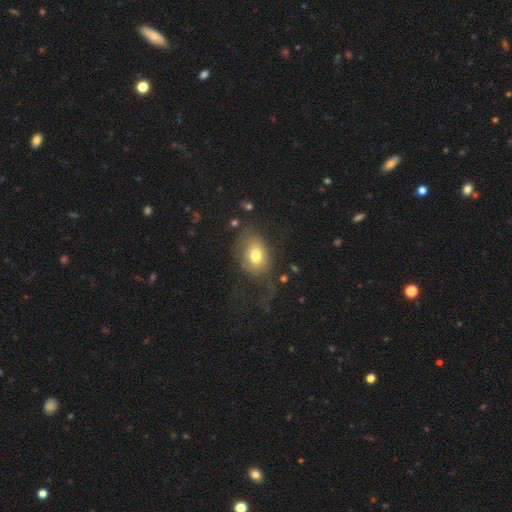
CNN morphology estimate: Smooth or featured? smooth (72%)
How rounded? in between (69%)
Merging? none (44%)